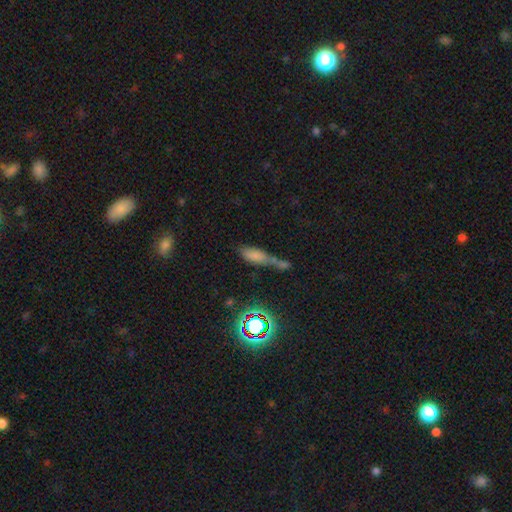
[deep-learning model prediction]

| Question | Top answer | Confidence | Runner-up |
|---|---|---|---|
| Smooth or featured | smooth | 63% | star or artifact (21%) |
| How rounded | in between | 55% | cigar-shaped (39%) |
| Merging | merger | 45% | none (25%) |